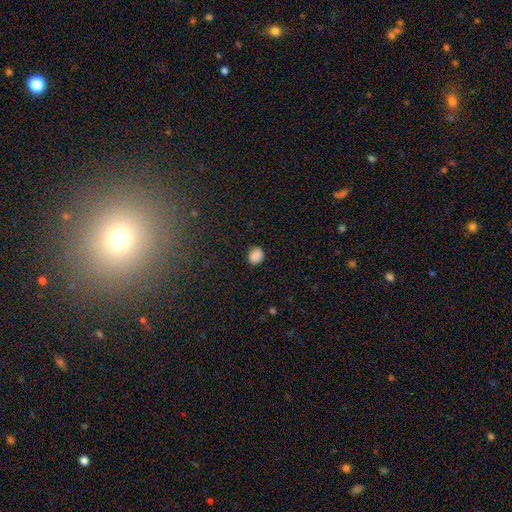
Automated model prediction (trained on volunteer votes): A smooth galaxy with no disk features (85%) that is round (61%).

Vote fractions:
- Smooth or featured? smooth: 85% / star or artifact: 11% / featured or disk: 5%
- How rounded? round: 61% / in between: 38% / cigar-shaped: 1%
- Merging? none: 81% / minor disturbance: 14% / major disturbance: 3% / merger: 2%